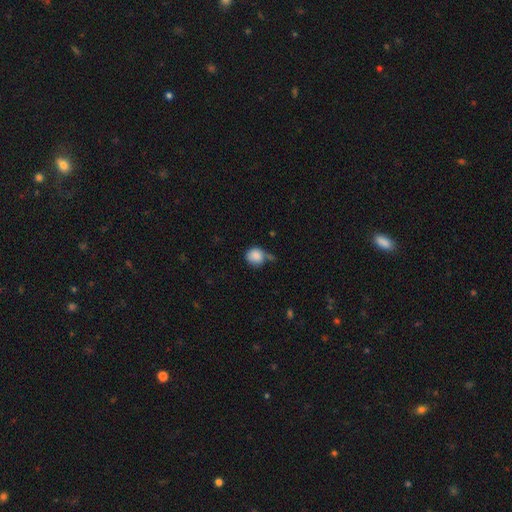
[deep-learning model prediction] smooth_or_featured: smooth (p=0.87) [alt: star or artifact p=0.08]
how_rounded: round (p=0.87) [alt: in between p=0.12]
merging: none (p=0.57) [alt: minor disturbance p=0.24]